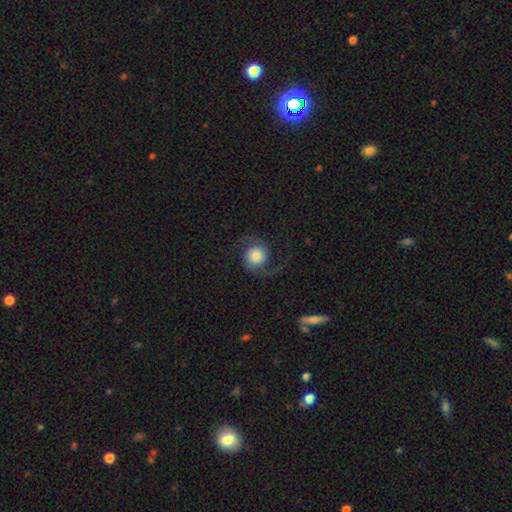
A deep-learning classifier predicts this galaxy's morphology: type=featured or disk (73%); edge-on=no (98%); bar=no (76%); spiral arms=yes (96%); winding=loose (60%); arm count=2 (94%); bulge=large (32%); merging=none (77%).